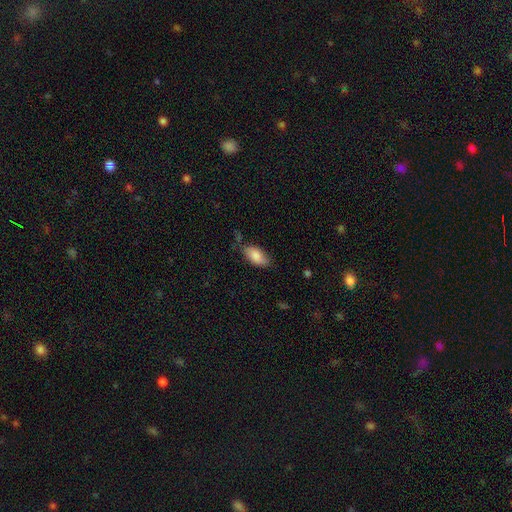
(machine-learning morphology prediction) A smooth galaxy with no disk features (85%) that is in between round and cigar-shaped (92%). Merging: none (70%).